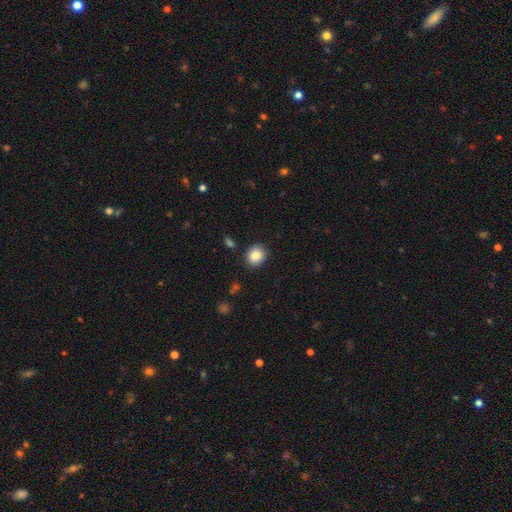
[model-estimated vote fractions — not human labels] smooth 85%, star or artifact 9%, featured or disk 6%. Down the decision tree: how rounded — round (72%); merging — none (88%).